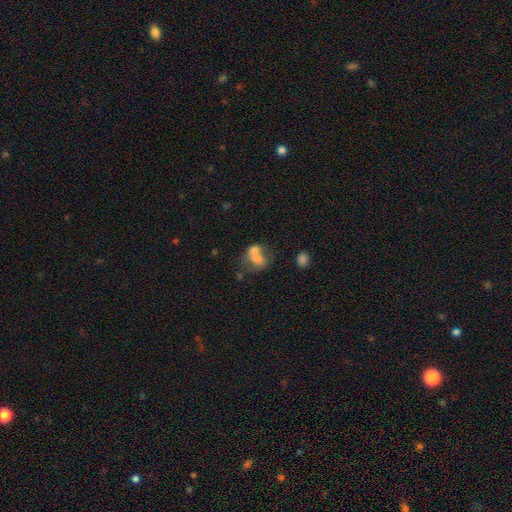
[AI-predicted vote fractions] The model was most divided on "how rounded": in between: 56%, round: 43%, cigar-shaped: 1%. More confident: smooth or featured — smooth (64%); merging — merger (62%).